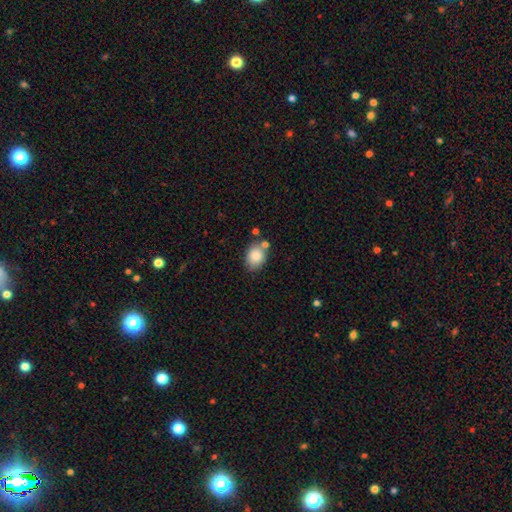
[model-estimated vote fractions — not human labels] A smooth galaxy with no disk features (85%) that is in between round and cigar-shaped (62%).

Vote fractions:
- Smooth or featured? smooth: 85% / star or artifact: 8% / featured or disk: 7%
- How rounded? in between: 62% / round: 37% / cigar-shaped: 1%
- Merging? none: 69% / minor disturbance: 16% / merger: 12% / major disturbance: 4%